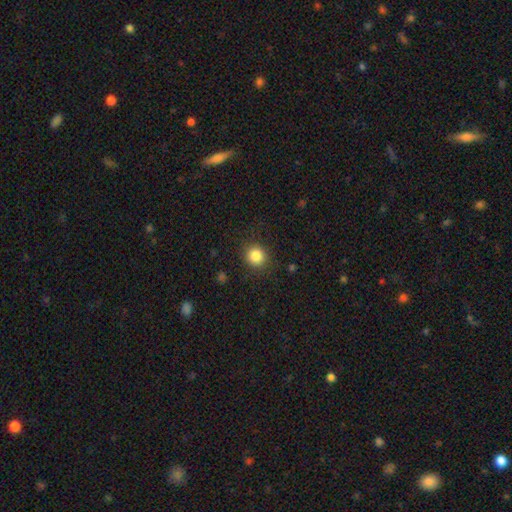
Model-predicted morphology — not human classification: smooth-or-featured: smooth: 84% | star or artifact: 11% | featured or disk: 5%
  how-rounded: round: 88% | in between: 11% | cigar-shaped: 1%
  merging: none: 89% | minor disturbance: 8% | major disturbance: 3% | merger: 1%